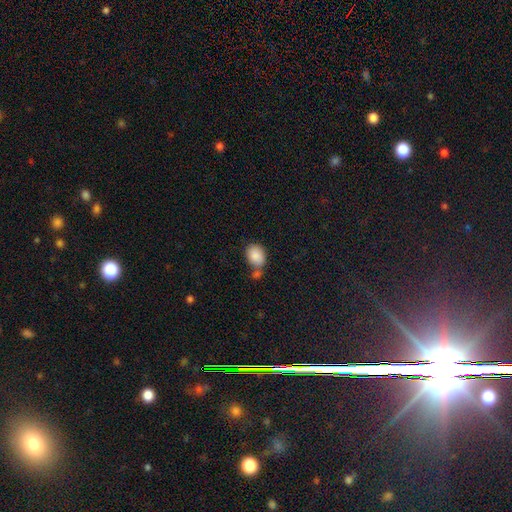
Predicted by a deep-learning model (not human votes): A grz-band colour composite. It shows a smooth galaxy with no disk features (87%) that is in between round and cigar-shaped (61%). Merging: none (53%).